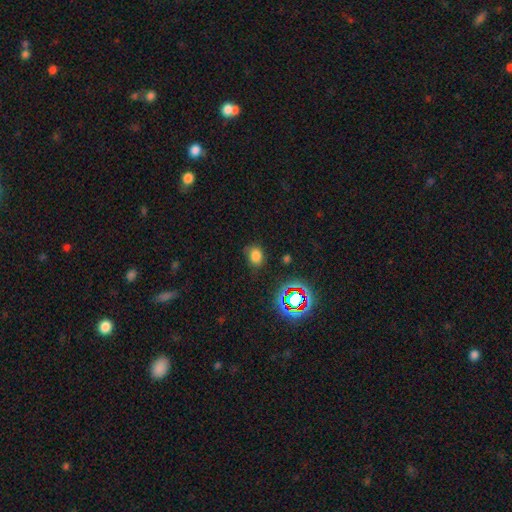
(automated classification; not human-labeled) This is likely a smooth galaxy (74%). How rounded: possibly in between (51%). Merging: likely none (70%).